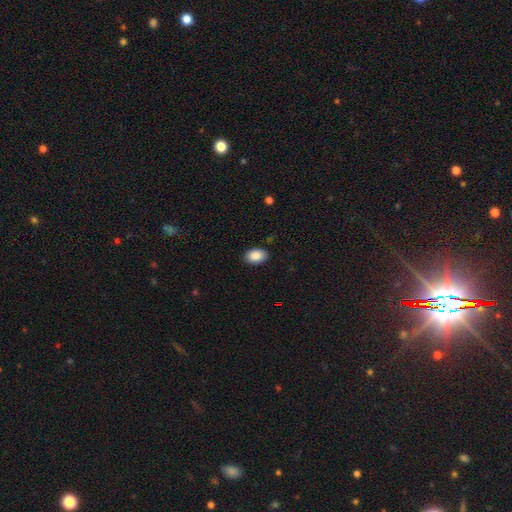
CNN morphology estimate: This appears to be a smooth galaxy with no disk features (88%) that is in between round and cigar-shaped (90%). Merging: none (87%).